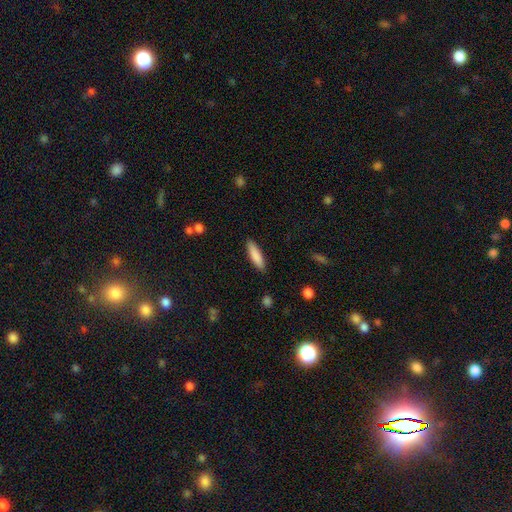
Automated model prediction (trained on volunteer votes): A smooth galaxy with no disk features (85%) that is cigar-shaped (73%). Merging: none (89%).